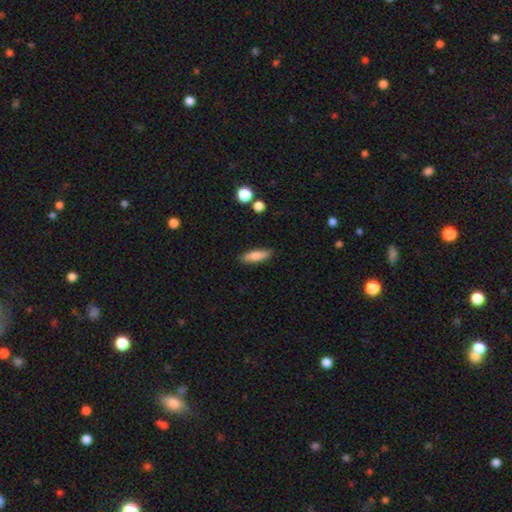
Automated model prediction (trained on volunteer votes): Smooth or featured? smooth (80%)
How rounded? cigar-shaped (55%)
Merging? none (84%)